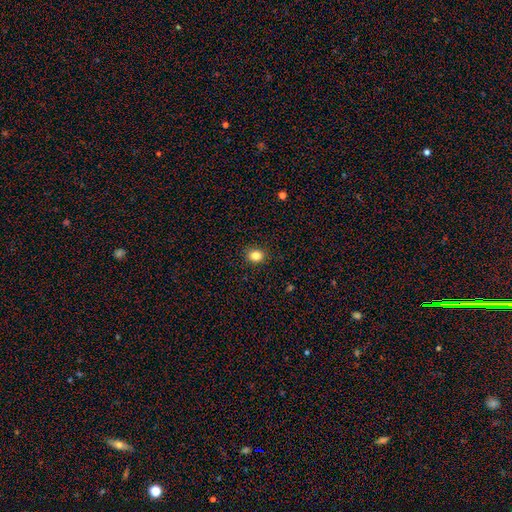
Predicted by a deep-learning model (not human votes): Smooth or featured? smooth (84%)
How rounded? round (59%)
Merging? none (89%)